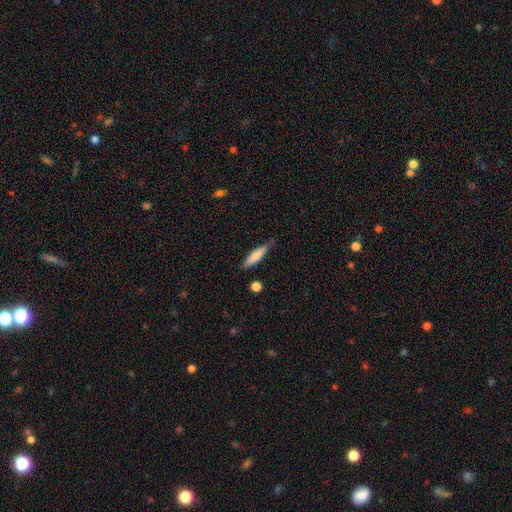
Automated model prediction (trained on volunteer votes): A smooth galaxy with no disk features (78%) that is cigar-shaped (76%).

Vote fractions:
- Smooth or featured? smooth: 78% / featured or disk: 16% / star or artifact: 6%
- How rounded? cigar-shaped: 76% / in between: 23% / round: 1%
- Merging? none: 75% / minor disturbance: 18% / major disturbance: 3% / merger: 3%